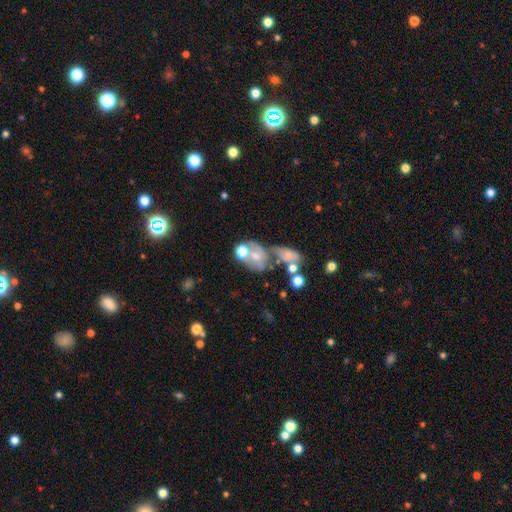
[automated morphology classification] A smooth galaxy with no disk features (43%).

Vote fractions:
- Smooth or featured? smooth: 43% / featured or disk: 40% / star or artifact: 17%
- Merging? merger: 49% / none: 26% / minor disturbance: 13% / major disturbance: 12%